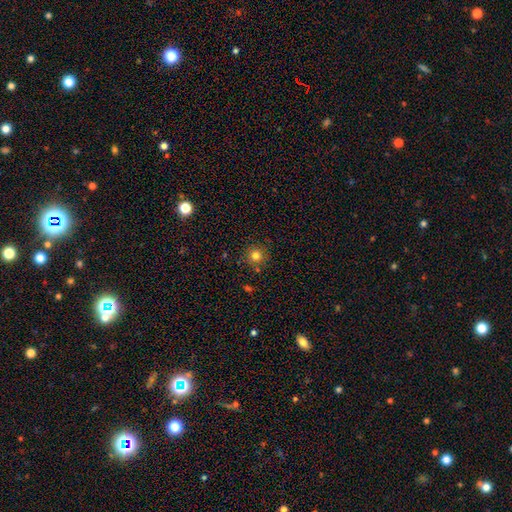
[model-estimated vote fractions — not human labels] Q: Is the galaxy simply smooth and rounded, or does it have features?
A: smooth — 80%.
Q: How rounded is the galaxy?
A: round — 94%.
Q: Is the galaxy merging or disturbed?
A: none — 87%.